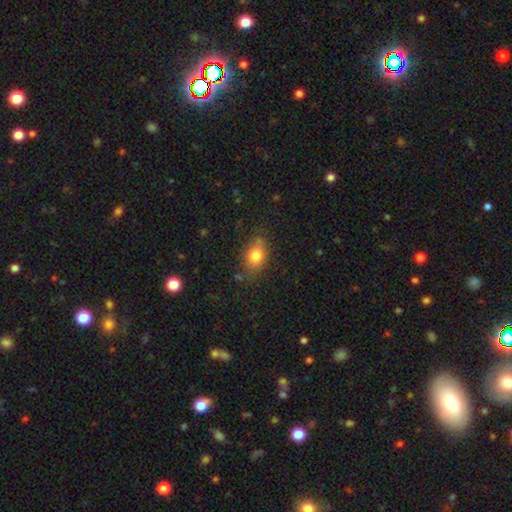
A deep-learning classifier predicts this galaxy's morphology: Overall: smooth (80%). How rounded: in between (74%). Merging: none (74%).